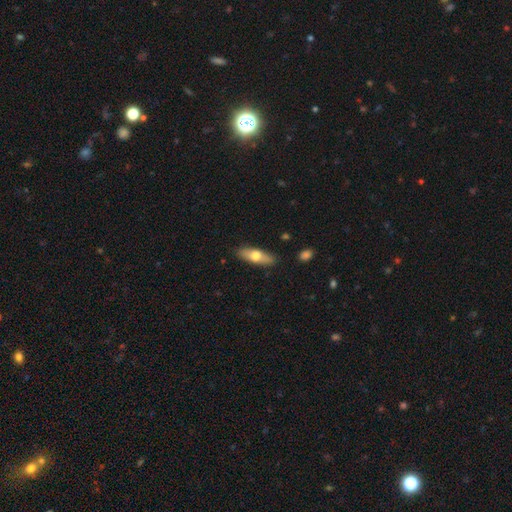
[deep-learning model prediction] Q: Smooth or featured?
A: smooth (59%); runner-up: featured or disk (35%)
Q: How rounded?
A: in between (51%); runner-up: cigar-shaped (47%)
Q: Merging?
A: none (88%); runner-up: minor disturbance (9%)